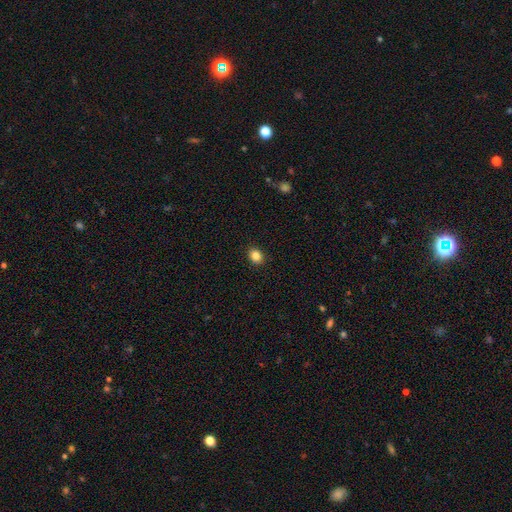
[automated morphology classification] smooth_or_featured: smooth (p=0.85) [alt: star or artifact p=0.10]
how_rounded: in between (p=0.51) [alt: round p=0.48]
merging: none (p=0.91) [alt: minor disturbance p=0.06]